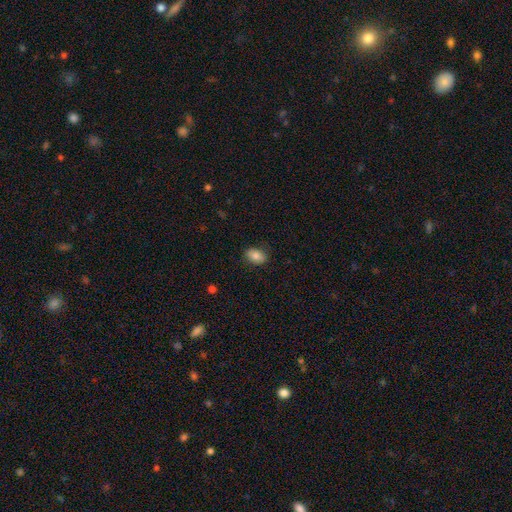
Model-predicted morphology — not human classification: A smooth galaxy with no disk features (84%) that is in between round and cigar-shaped (84%).

Vote fractions:
- Smooth or featured? smooth: 84% / star or artifact: 8% / featured or disk: 8%
- How rounded? in between: 84% / round: 14% / cigar-shaped: 1%
- Merging? none: 84% / minor disturbance: 12% / major disturbance: 3% / merger: 1%